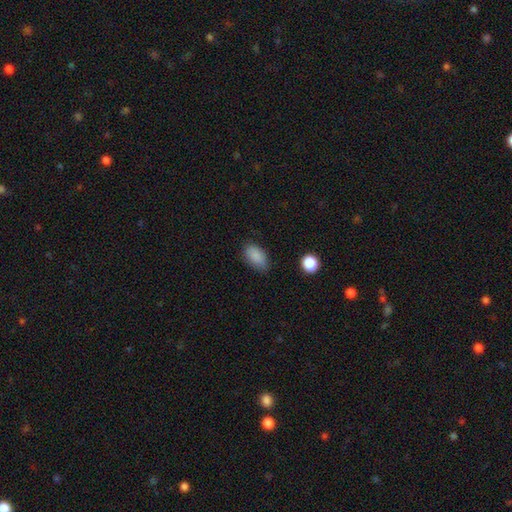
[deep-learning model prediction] Q: Smooth or featured?
A: smooth (87%); runner-up: star or artifact (8%)
Q: How rounded?
A: in between (91%); runner-up: round (7%)
Q: Merging?
A: none (74%); runner-up: minor disturbance (21%)